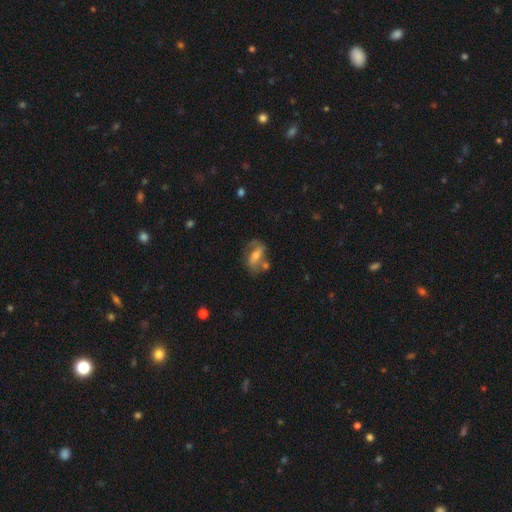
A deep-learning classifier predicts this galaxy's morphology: Overall: featured or disk (53%; smooth 39%). Edge-on disk: no (87%). Merging: none (48%; minor disturbance 21%).